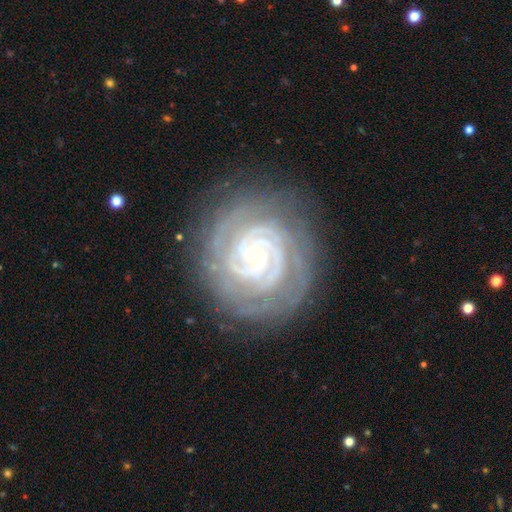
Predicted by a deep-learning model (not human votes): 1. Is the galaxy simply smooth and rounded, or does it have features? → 92% featured or disk, 5% star or artifact, 3% smooth.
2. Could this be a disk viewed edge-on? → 98% no, 2% yes.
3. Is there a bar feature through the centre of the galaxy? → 67% no, 21% weak, 12% strong.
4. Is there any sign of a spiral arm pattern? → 99% yes, 1% no.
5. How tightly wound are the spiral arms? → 86% tight, 12% medium, 2% loose.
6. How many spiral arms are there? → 39% 2, 24% 3, 13% 4, 11% can't tell, 7% more than 4, 6% 1.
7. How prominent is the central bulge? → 86% small, 11% moderate, 2% none, 1% large, 1% dominant.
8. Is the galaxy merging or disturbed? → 82% none, 13% minor disturbance, 4% major disturbance, 1% merger.